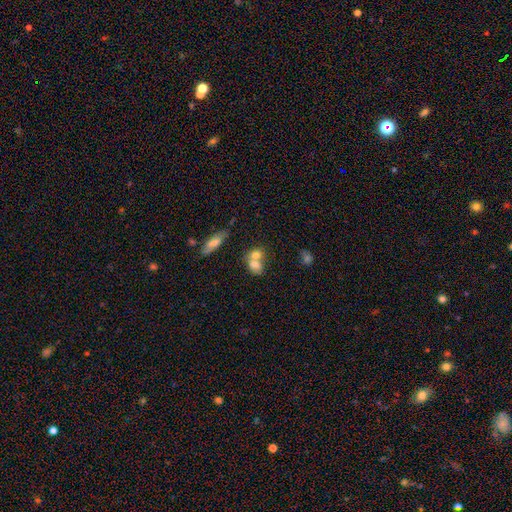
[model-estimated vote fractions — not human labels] Q: Smooth or featured?
A: smooth (72%); runner-up: featured or disk (17%)
Q: How rounded?
A: in between (55%); runner-up: round (42%)
Q: Merging?
A: merger (61%); runner-up: none (27%)